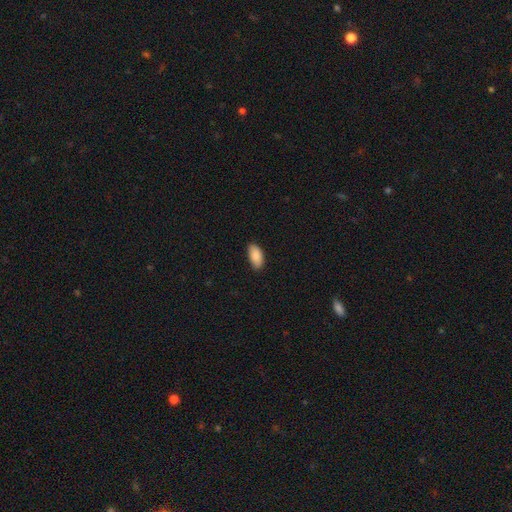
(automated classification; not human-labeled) smooth 89%, star or artifact 7%, featured or disk 5%. Down the decision tree: how rounded — in between (93%); merging — none (81%).